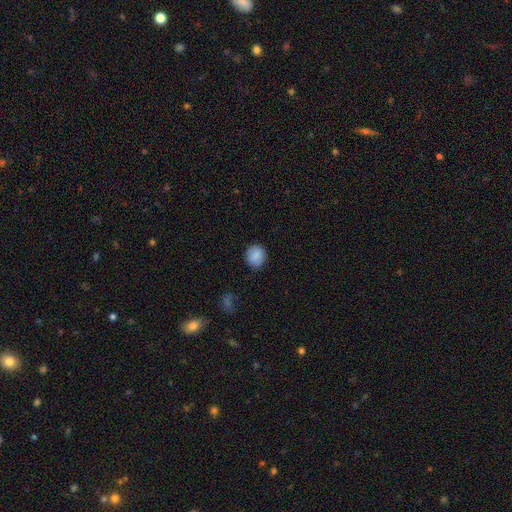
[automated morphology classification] Overall: smooth (87%). How rounded: round (82%). Merging: none (86%).